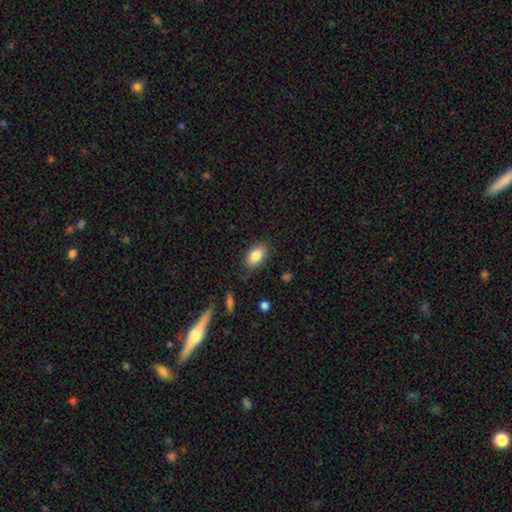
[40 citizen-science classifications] Overall: smooth (92%). How rounded: in between (92%). Merging: none (77%).